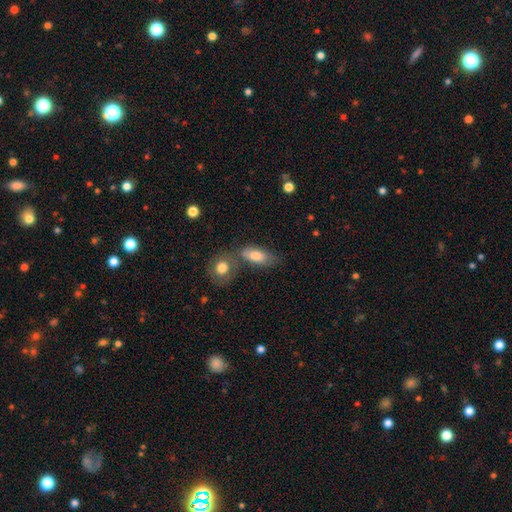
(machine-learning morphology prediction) Smooth or featured: smooth — 77% (featured or disk — 16%)
How rounded: in between — 85% (cigar-shaped — 10%)
Merging: none — 50% (merger — 27%)